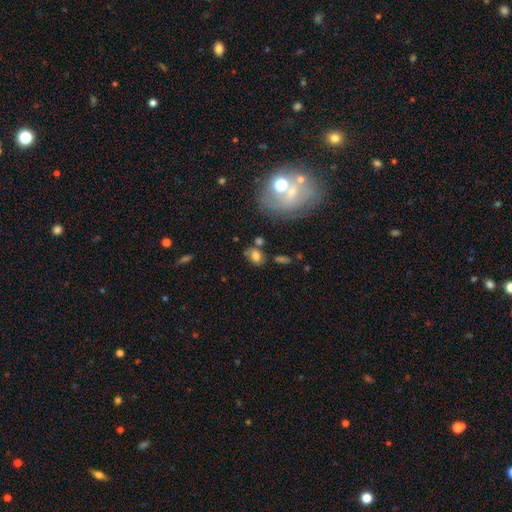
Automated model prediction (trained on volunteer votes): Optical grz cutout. It shows a smooth galaxy with no disk features (72%) that is in between round and cigar-shaped (72%). Merging: none (59%).